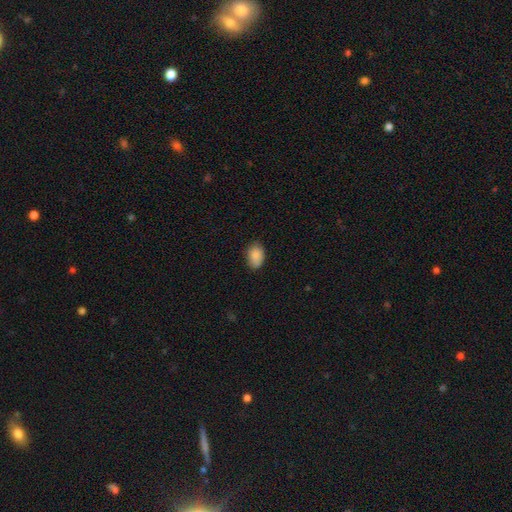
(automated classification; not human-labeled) A smooth galaxy with no disk features (88%) that is in between round and cigar-shaped (86%). Merging: none (78%).